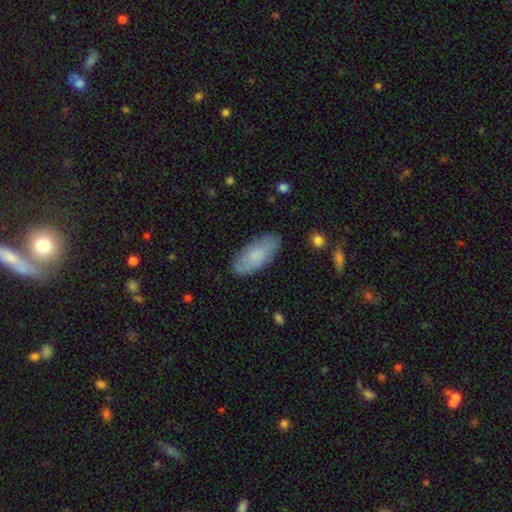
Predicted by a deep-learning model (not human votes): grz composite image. It shows a smooth galaxy with no disk features (79%) that is in between round and cigar-shaped (87%). Merging: none (84%).